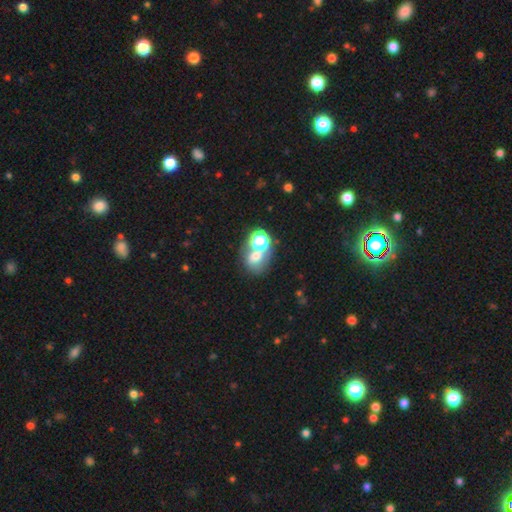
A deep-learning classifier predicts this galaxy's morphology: smooth 59%, star or artifact 21%, featured or disk 20%. Down the decision tree: how rounded — round (59%); merging — merger (49%).